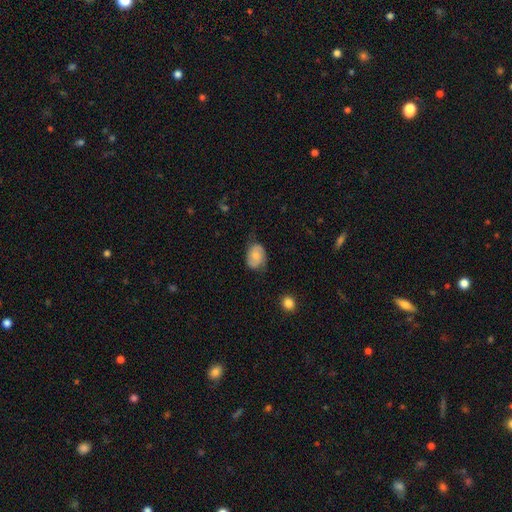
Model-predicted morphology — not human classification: This is possibly a smooth galaxy (54%). How rounded: likely in between (72%). Merging: likely none (63%).